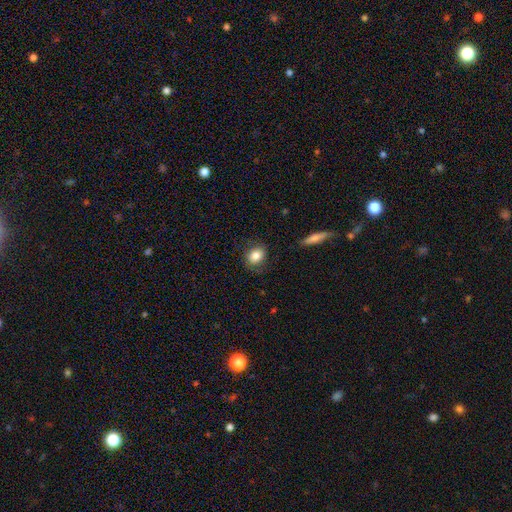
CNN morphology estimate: This is clearly a smooth galaxy (81%). How rounded: possibly in between (51%). Merging: likely none (77%).